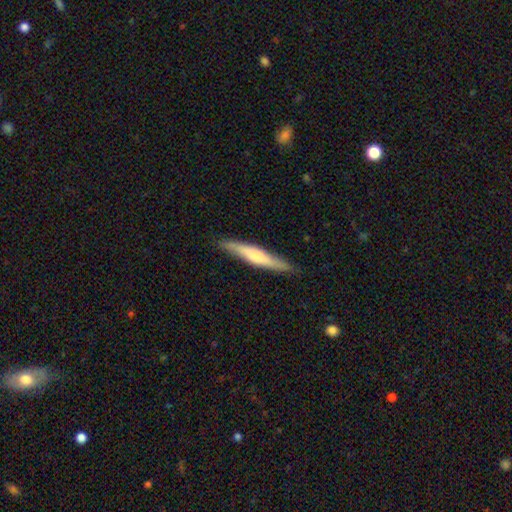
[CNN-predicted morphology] Smooth or featured? Predicted: smooth (p=0.51). How rounded? Predicted: cigar-shaped (p=0.92). Merging? Predicted: none (p=0.88).